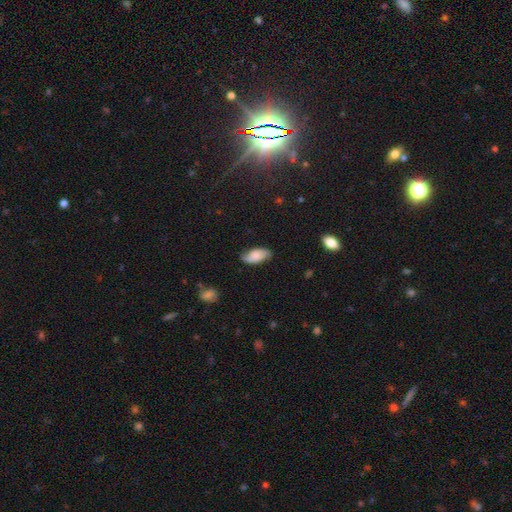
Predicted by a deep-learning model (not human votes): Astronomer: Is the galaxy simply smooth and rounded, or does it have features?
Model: smooth — 60%.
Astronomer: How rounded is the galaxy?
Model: in between — 91%.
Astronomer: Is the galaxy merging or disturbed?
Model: none — 74%.